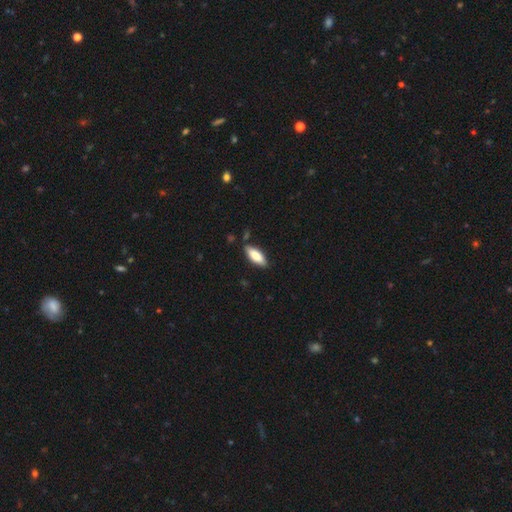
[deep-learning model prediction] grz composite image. It shows a smooth galaxy with no disk features (78%) that is in between round and cigar-shaped (71%). Merging: none (83%).